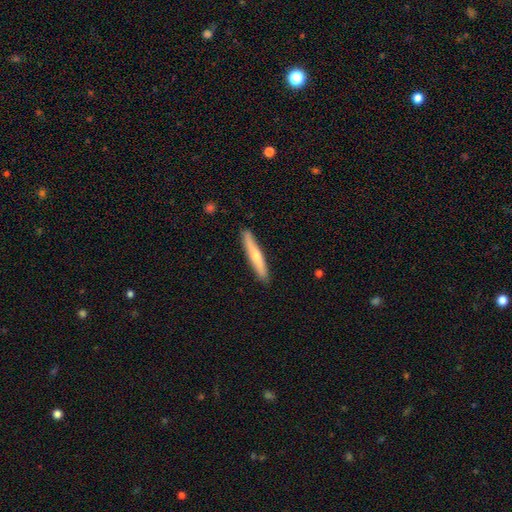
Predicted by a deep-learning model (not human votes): Smooth or featured? smooth (56%)
How rounded? cigar-shaped (93%)
Merging? none (89%)